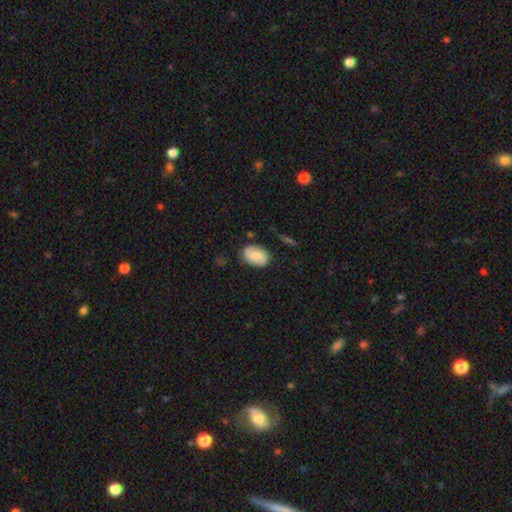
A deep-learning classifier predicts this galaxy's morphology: This appears to be a smooth galaxy with no disk features (61%) that is in between round and cigar-shaped (83%). Merging: none (78%).